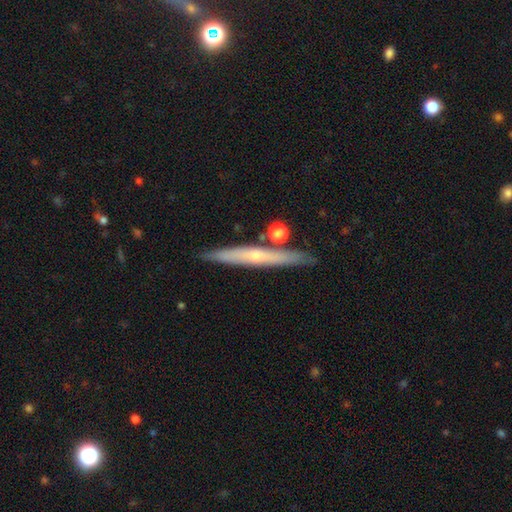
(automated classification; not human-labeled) Smooth or featured: featured or disk — 56% (smooth — 37%)
Edge-on disk: yes — 93% (no — 7%)
Edge-on bulge: rounded — 55% (none — 42%)
Merging: none — 83% (minor disturbance — 9%)